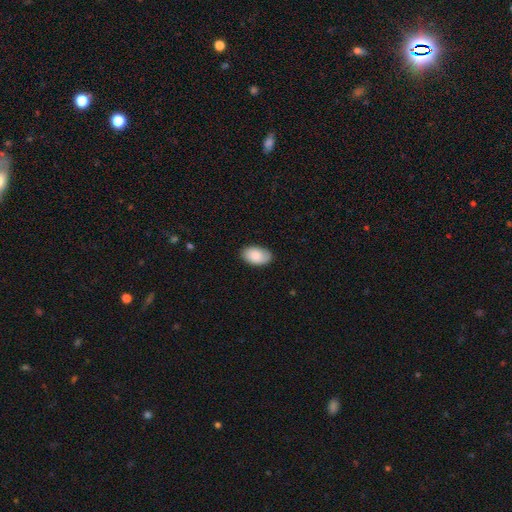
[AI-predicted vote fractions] A smooth galaxy with no disk features (82%) that is in between round and cigar-shaped (93%).

Vote fractions:
- Smooth or featured? smooth: 82% / featured or disk: 11% / star or artifact: 6%
- How rounded? in between: 93% / round: 6% / cigar-shaped: 1%
- Merging? none: 83% / minor disturbance: 13% / major disturbance: 3% / merger: 1%